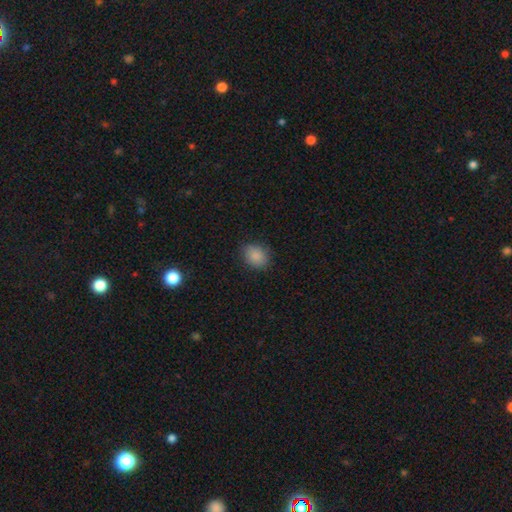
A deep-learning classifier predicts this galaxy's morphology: Smooth or featured?
  - smooth: 88% *
  - star or artifact: 9%
  - featured or disk: 4%
How rounded?
  - round: 53% *
  - in between: 46%
  - cigar-shaped: 1%
Merging?
  - none: 85% *
  - minor disturbance: 11%
  - major disturbance: 3%
  - merger: 1%